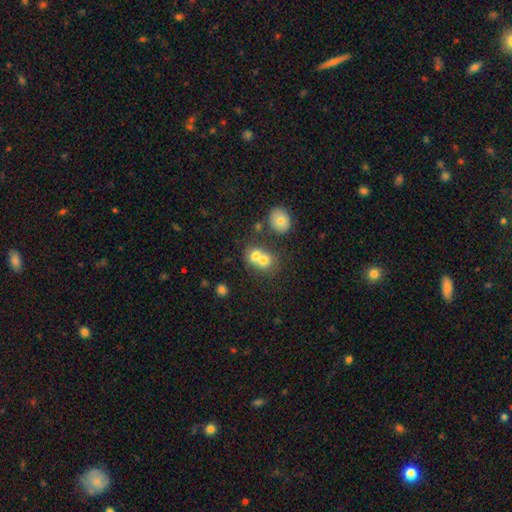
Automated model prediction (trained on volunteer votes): A smooth galaxy with no disk features (69%) that is round (65%). Merging: merger (62%).